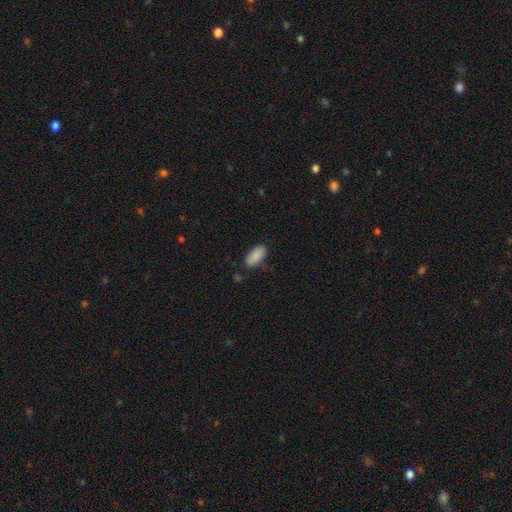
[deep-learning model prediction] Q: Smooth or featured?
A: smooth (88%); runner-up: star or artifact (7%)
Q: How rounded?
A: in between (91%); runner-up: cigar-shaped (7%)
Q: Merging?
A: none (78%); runner-up: minor disturbance (16%)